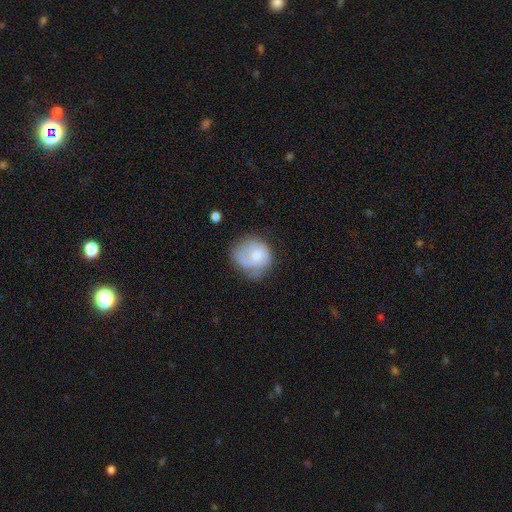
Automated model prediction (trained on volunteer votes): A featured or disk galaxy (50%).

Vote fractions:
- Smooth or featured? featured or disk: 50% / smooth: 43% / star or artifact: 7%
- Edge-on disk? no: 98% / yes: 2%
- Merging? none: 48% / minor disturbance: 28% / major disturbance: 19% / merger: 5%